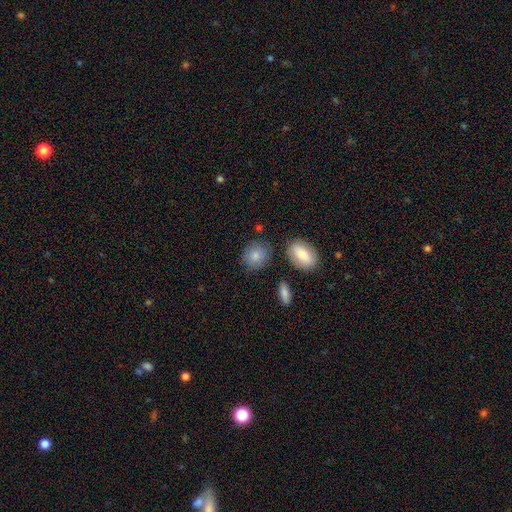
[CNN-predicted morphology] Smooth or featured: smooth — 84% (featured or disk — 9%)
How rounded: round — 66% (in between — 33%)
Merging: none — 78% (minor disturbance — 14%)